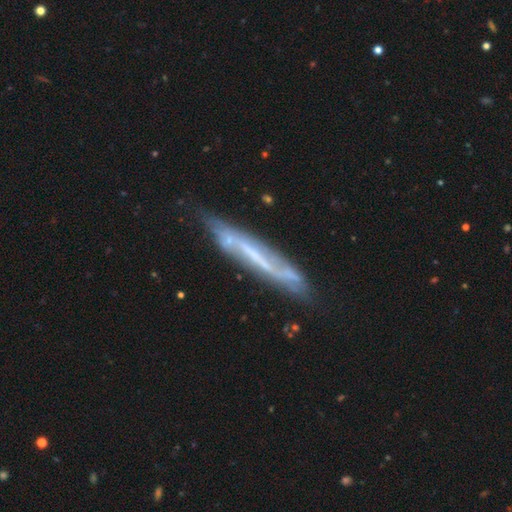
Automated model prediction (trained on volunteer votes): A featured or disk galaxy (71%) viewed edge-on (61%).

Vote fractions:
- Smooth or featured? featured or disk: 71% / smooth: 21% / star or artifact: 7%
- Edge-on disk? yes: 61% / no: 39%
- Merging? none: 66% / minor disturbance: 23% / major disturbance: 7% / merger: 4%